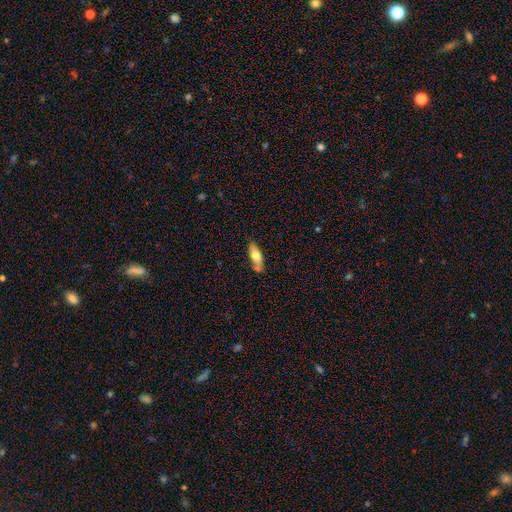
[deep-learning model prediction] Smooth or featured?
  - smooth: 66% *
  - featured or disk: 28%
  - star or artifact: 6%
How rounded?
  - in between: 65% *
  - cigar-shaped: 32%
  - round: 3%
Merging?
  - none: 60% *
  - minor disturbance: 22%
  - merger: 13%
  - major disturbance: 5%